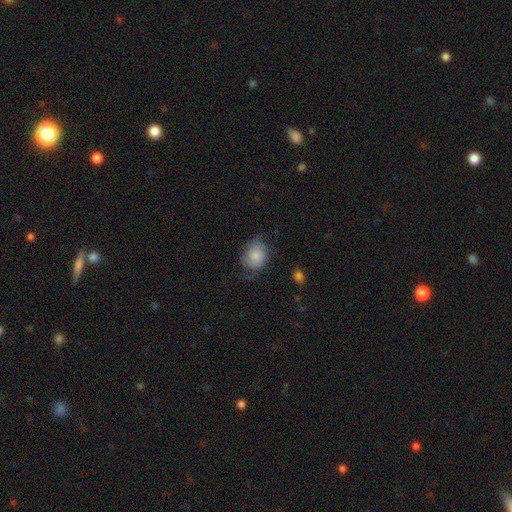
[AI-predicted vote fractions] Q: Smooth or featured?
A: smooth (76%); runner-up: featured or disk (17%)
Q: How rounded?
A: in between (51%); runner-up: round (48%)
Q: Merging?
A: none (51%); runner-up: minor disturbance (33%)